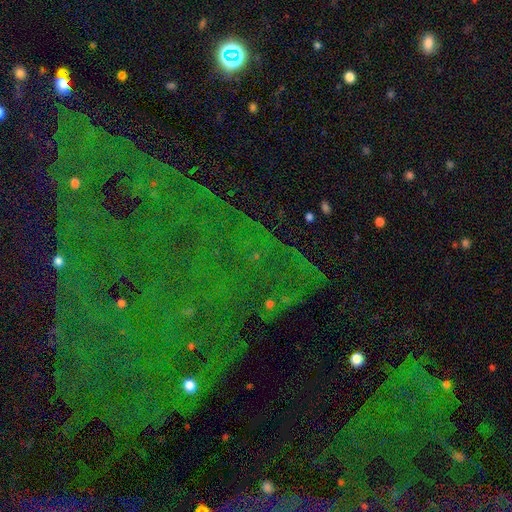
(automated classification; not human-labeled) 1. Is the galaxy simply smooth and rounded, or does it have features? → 80% star or artifact, 11% featured or disk, 10% smooth.